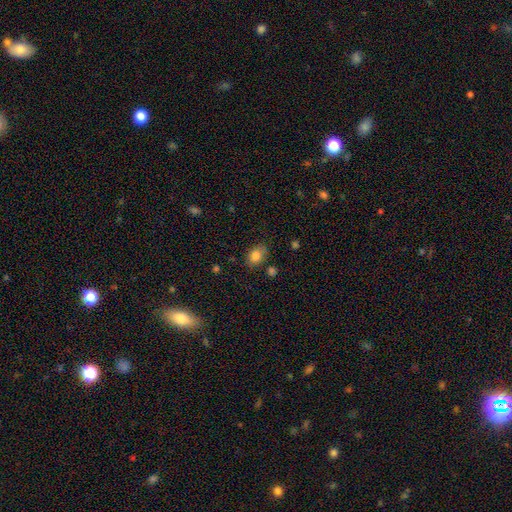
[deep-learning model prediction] Smooth or featured? Predicted: smooth (p=0.83). How rounded? Predicted: in between (p=0.76). Merging? Predicted: none (p=0.78).